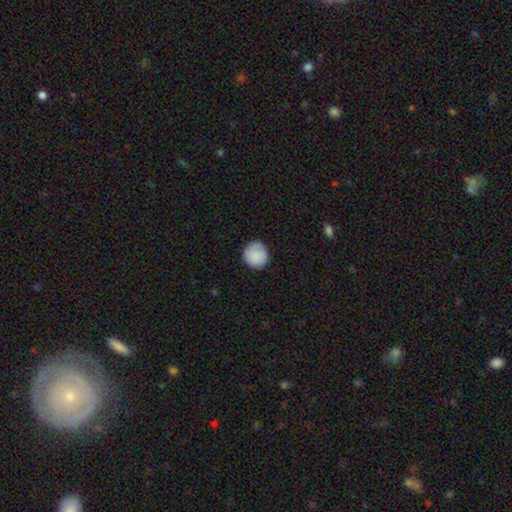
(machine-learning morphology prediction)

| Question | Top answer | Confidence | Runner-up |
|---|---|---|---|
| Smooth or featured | smooth | 87% | star or artifact (7%) |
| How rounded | round | 93% | in between (6%) |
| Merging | none | 83% | minor disturbance (13%) |